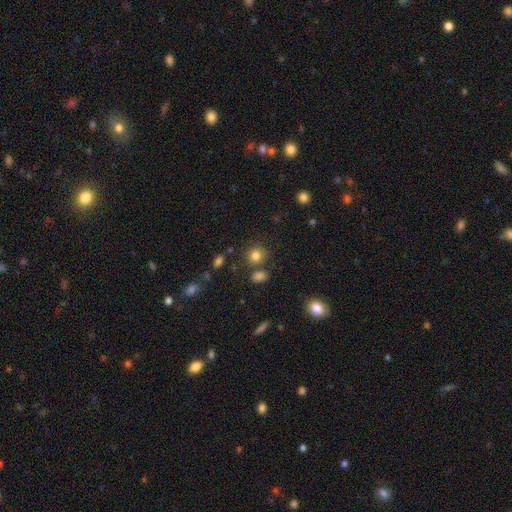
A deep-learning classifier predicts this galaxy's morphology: smooth 81%, star or artifact 13%, featured or disk 7%. Down the decision tree: how rounded — round (82%); merging — none (74%).